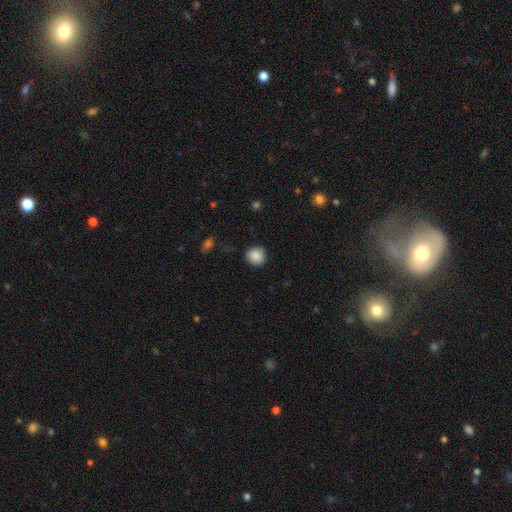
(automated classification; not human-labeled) A smooth galaxy with no disk features (87%) that is round (91%).

Vote fractions:
- Smooth or featured? smooth: 87% / star or artifact: 9% / featured or disk: 5%
- How rounded? round: 91% / in between: 9% / cigar-shaped: 1%
- Merging? none: 88% / minor disturbance: 9% / major disturbance: 2% / merger: 1%